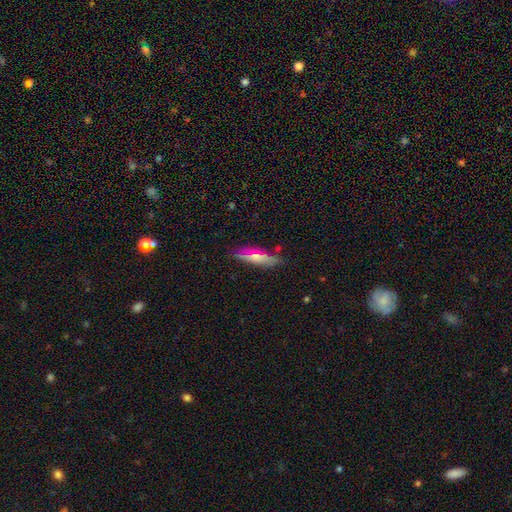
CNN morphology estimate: smooth-or-featured: smooth: 56% | featured or disk: 33% | star or artifact: 10%
  how-rounded: cigar-shaped: 66% | in between: 31% | round: 3%
  merging: none: 82% | minor disturbance: 14% | major disturbance: 3% | merger: 2%